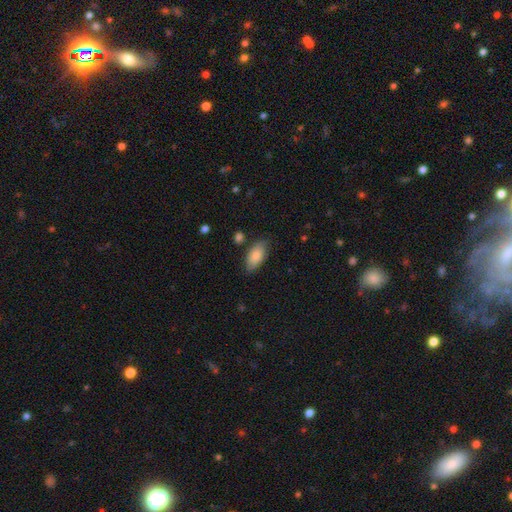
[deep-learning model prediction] This appears to be a smooth galaxy with no disk features (84%) that is in between round and cigar-shaped (92%). Merging: none (78%).